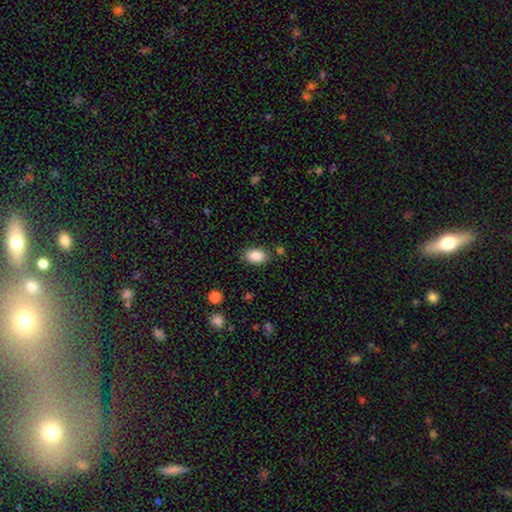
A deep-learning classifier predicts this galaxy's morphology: Smooth or featured: smooth — 88% (star or artifact — 7%)
How rounded: in between — 90% (round — 8%)
Merging: none — 82% (minor disturbance — 12%)